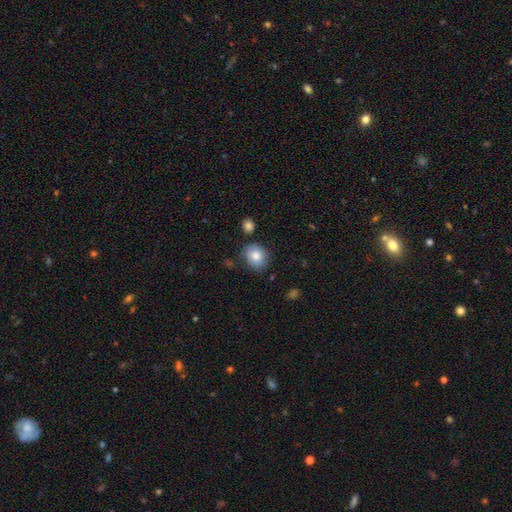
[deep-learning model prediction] Morphology: type=smooth (82%); roundness=round (62%); merging=none (75%).